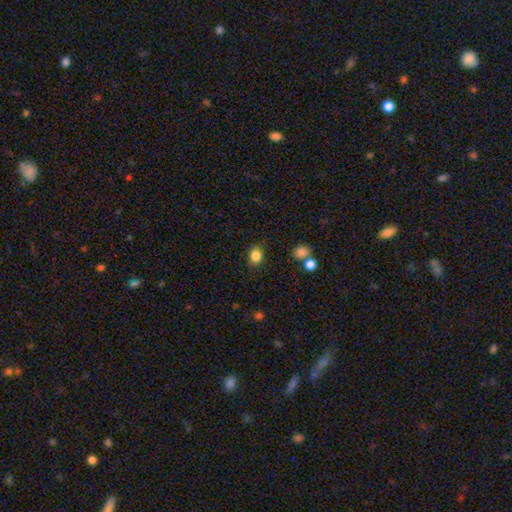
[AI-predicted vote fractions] A smooth galaxy with no disk features (85%) that is round (54%).

Vote fractions:
- Smooth or featured? smooth: 85% / star or artifact: 10% / featured or disk: 5%
- How rounded? round: 54% / in between: 45% / cigar-shaped: 1%
- Merging? none: 83% / minor disturbance: 11% / major disturbance: 3% / merger: 3%